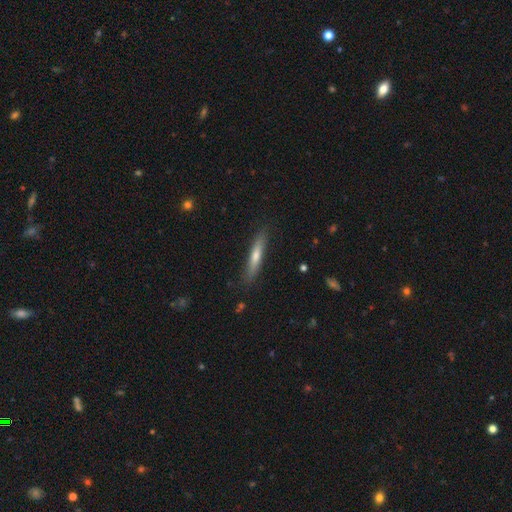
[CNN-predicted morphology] This is possibly a smooth galaxy (55%). How rounded: clearly cigar-shaped (92%). Merging: clearly none (86%).